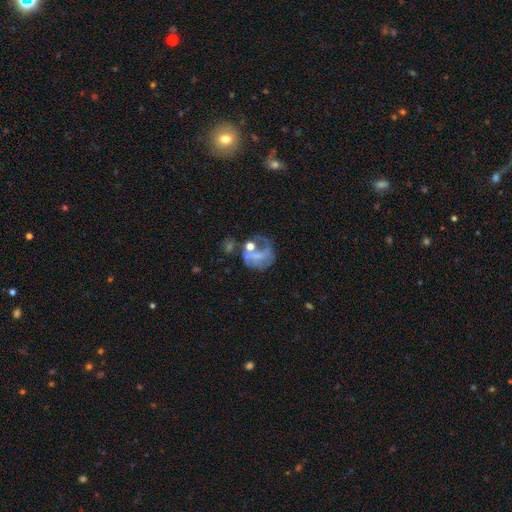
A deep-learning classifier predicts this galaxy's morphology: featured or disk 51%, smooth 35%, star or artifact 14%. Down the decision tree: edge-on disk — no (97%); merging — major disturbance (33%).